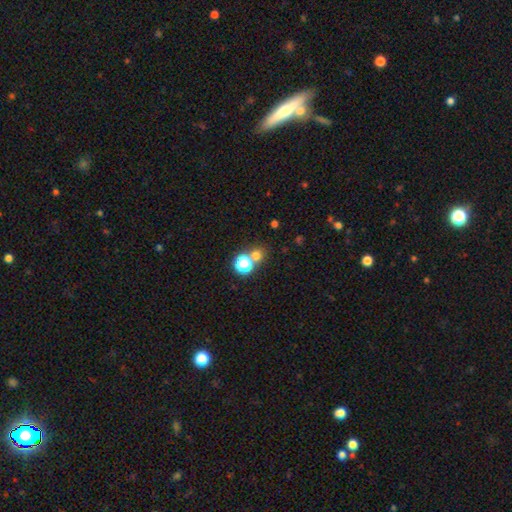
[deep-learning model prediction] A smooth galaxy with no disk features (68%) that is round (86%). Merging: none (61%).